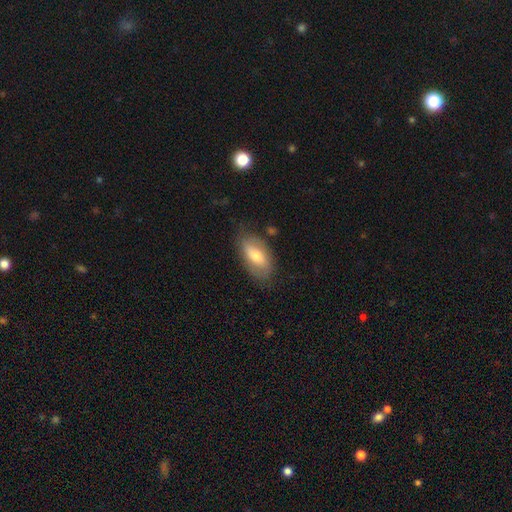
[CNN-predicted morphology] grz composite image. It shows a smooth galaxy with no disk features (62%) that is in between round and cigar-shaped (91%). Merging: none (71%).